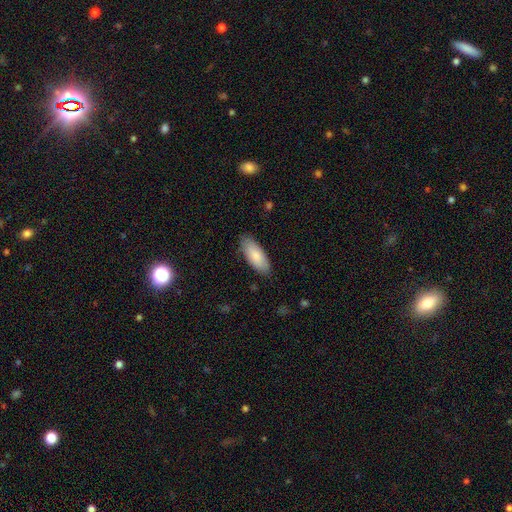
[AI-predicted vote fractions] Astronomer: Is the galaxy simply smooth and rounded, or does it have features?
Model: smooth — 84%.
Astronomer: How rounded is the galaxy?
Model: in between — 80%.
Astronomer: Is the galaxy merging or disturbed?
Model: none — 84%.